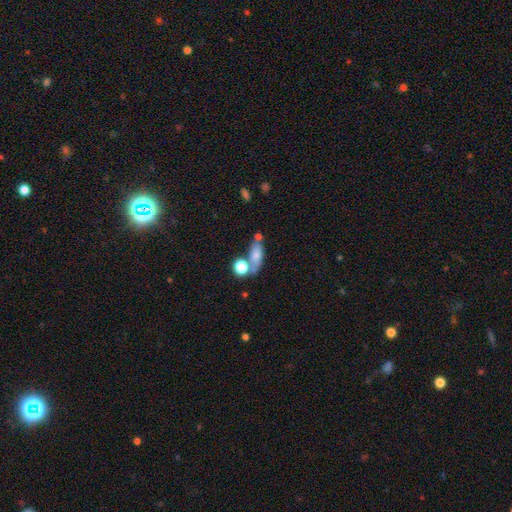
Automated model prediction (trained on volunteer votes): Smooth or featured? Predicted: smooth (p=0.68). How rounded? Predicted: in between (p=0.68). Merging? Predicted: none (p=0.47).